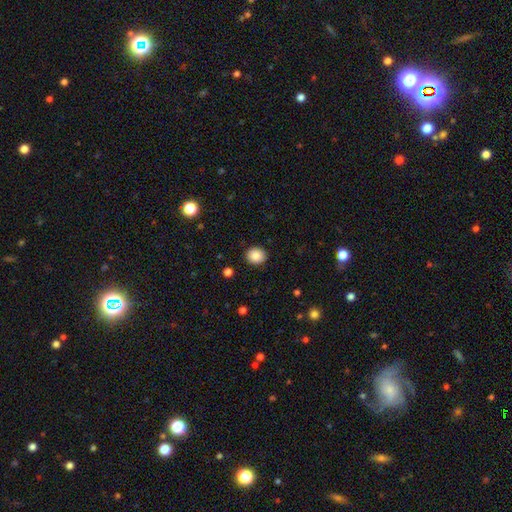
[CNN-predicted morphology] smooth 86%, star or artifact 9%, featured or disk 5%. Down the decision tree: how rounded — round (78%); merging — none (91%).